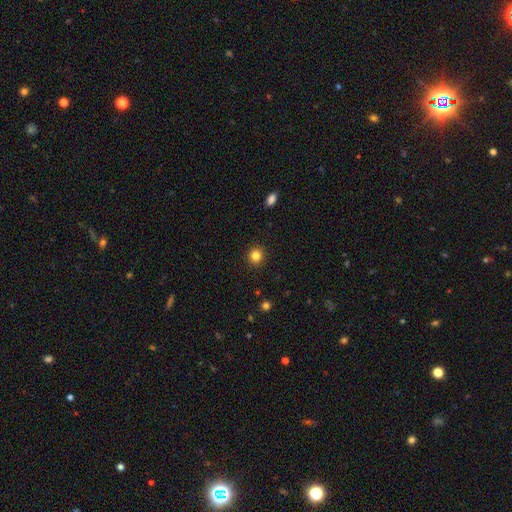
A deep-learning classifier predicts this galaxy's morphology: Q: Smooth or featured?
A: smooth (83%); runner-up: star or artifact (12%)
Q: How rounded?
A: round (89%); runner-up: in between (10%)
Q: Merging?
A: none (92%); runner-up: minor disturbance (5%)